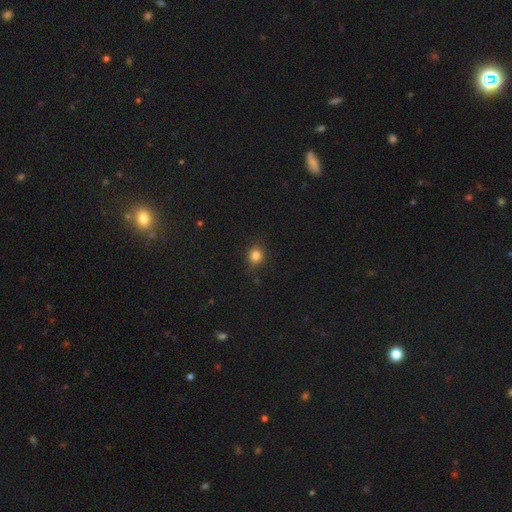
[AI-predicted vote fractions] The model was most divided on "how rounded": round: 76%, in between: 23%, cigar-shaped: 1%. More confident: merging — none (84%); smooth or featured — smooth (82%).